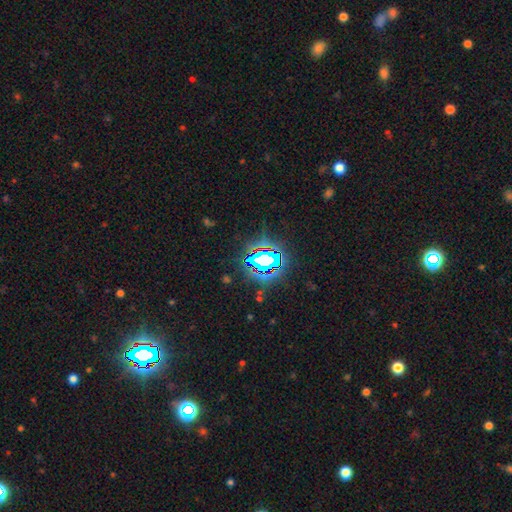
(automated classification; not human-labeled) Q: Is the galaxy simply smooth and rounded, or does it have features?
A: star or artifact — 77%.